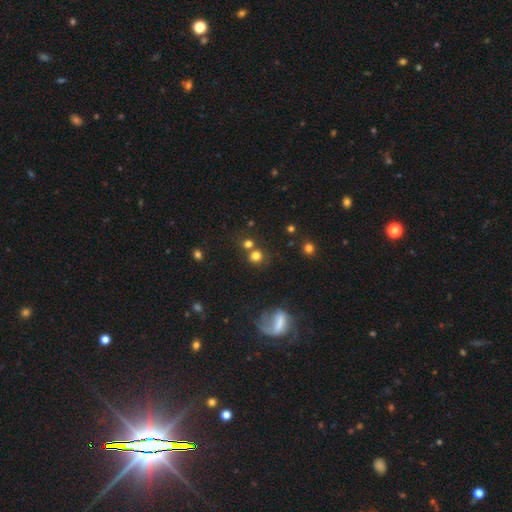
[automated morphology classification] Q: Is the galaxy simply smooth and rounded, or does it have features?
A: smooth — 74%.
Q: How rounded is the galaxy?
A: round — 85%.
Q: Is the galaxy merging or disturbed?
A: none — 65%.